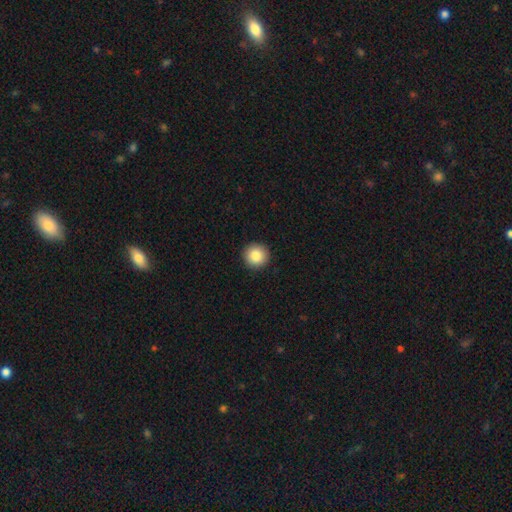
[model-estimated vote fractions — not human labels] A smooth galaxy with no disk features (85%) that is round (95%).

Vote fractions:
- Smooth or featured? smooth: 85% / star or artifact: 9% / featured or disk: 6%
- How rounded? round: 95% / in between: 4% / cigar-shaped: 1%
- Merging? none: 93% / minor disturbance: 5% / major disturbance: 1% / merger: 1%